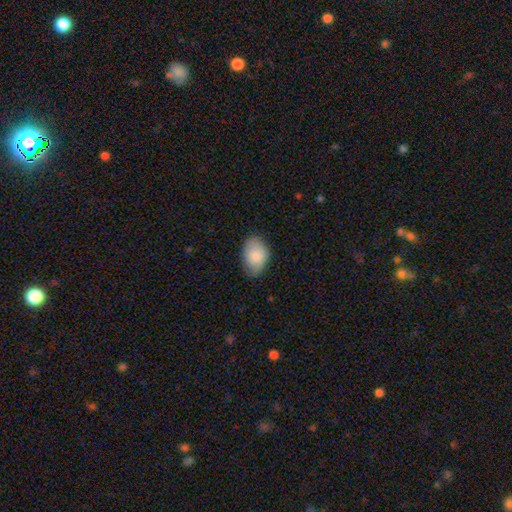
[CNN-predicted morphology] smooth 85%, featured or disk 9%, star or artifact 7%. Down the decision tree: how rounded — in between (85%); merging — none (76%).